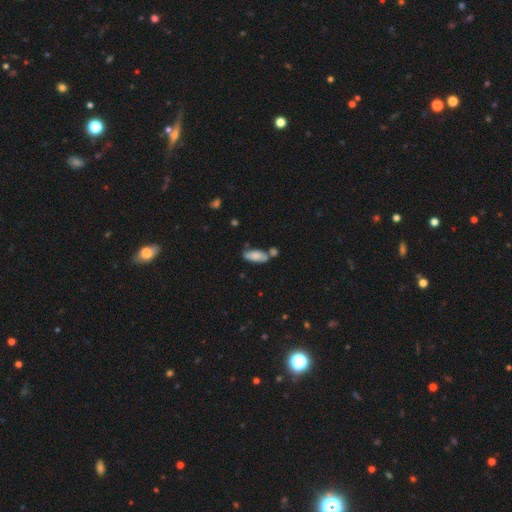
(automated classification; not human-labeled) This is likely a smooth galaxy (77%). How rounded: clearly in between (81%). Merging: possibly none (53%).